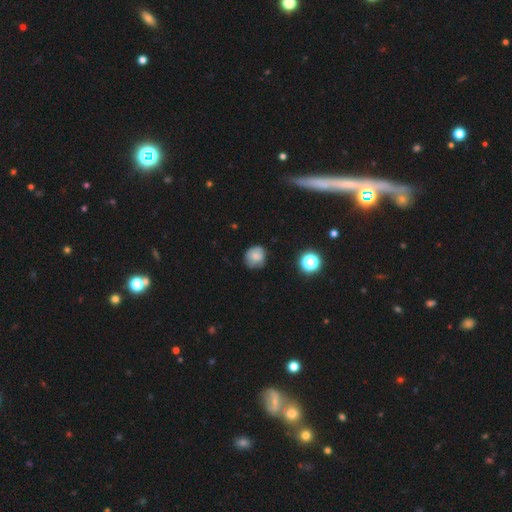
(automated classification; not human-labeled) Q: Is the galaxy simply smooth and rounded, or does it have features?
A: smooth — 78%.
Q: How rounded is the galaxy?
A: round — 83%.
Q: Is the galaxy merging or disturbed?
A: none — 72%.